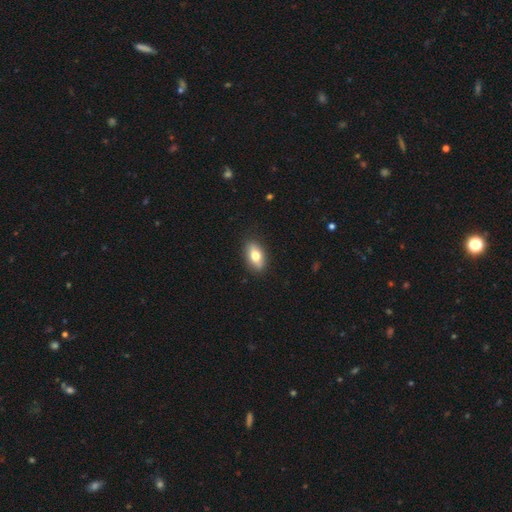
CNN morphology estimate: Smooth or featured: smooth — 70% (featured or disk — 23%)
How rounded: in between — 86% (round — 8%)
Merging: none — 88% (minor disturbance — 9%)